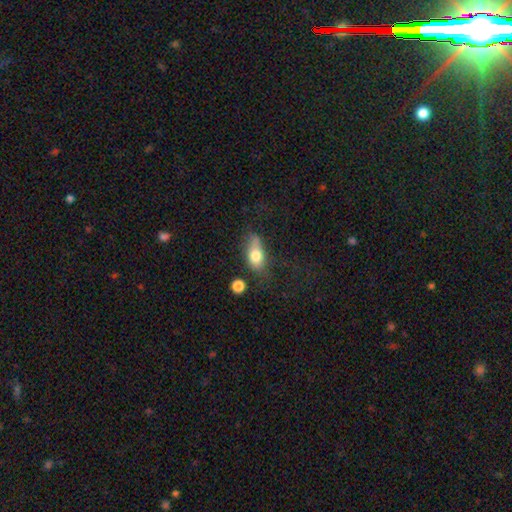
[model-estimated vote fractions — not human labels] smooth_or_featured: smooth (p=0.75) [alt: featured or disk p=0.17]
how_rounded: in between (p=0.82) [alt: round p=0.10]
merging: none (p=0.49) [alt: minor disturbance p=0.28]